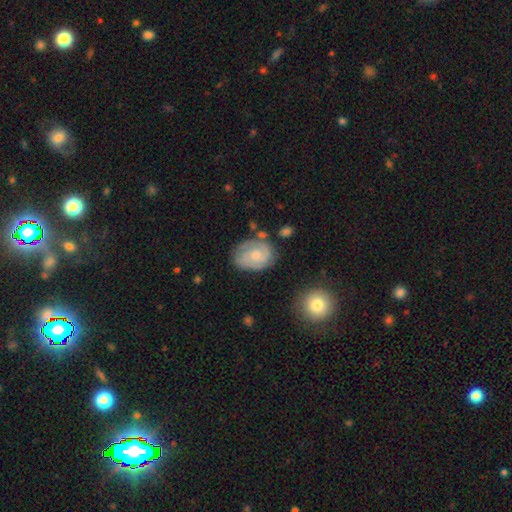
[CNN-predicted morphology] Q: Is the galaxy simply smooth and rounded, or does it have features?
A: featured or disk — 67%.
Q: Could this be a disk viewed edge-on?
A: no — 97%.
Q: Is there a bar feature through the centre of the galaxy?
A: no — 70%.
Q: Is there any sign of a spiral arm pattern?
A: yes — 89%.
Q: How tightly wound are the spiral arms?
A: tight — 58%.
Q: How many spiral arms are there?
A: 2 — 56%.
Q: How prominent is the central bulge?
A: small — 53%.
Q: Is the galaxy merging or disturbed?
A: none — 70%.